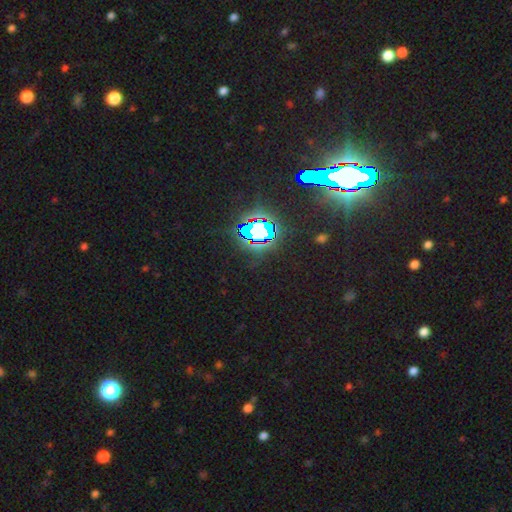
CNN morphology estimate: star or artifact 83%, smooth 9%, featured or disk 7%.